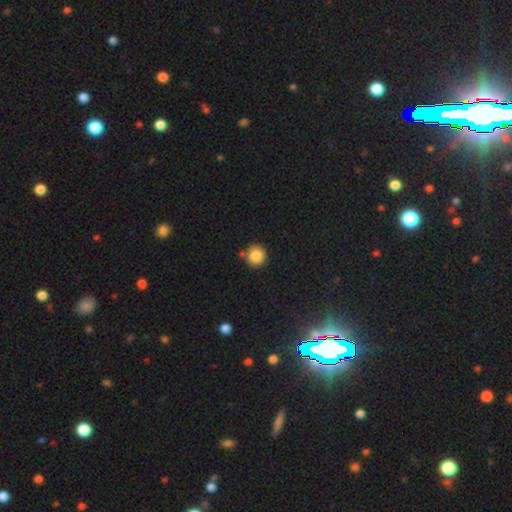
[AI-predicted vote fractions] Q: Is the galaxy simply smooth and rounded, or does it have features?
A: smooth — 86%.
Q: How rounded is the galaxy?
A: round — 93%.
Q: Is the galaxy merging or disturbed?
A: none — 78%.